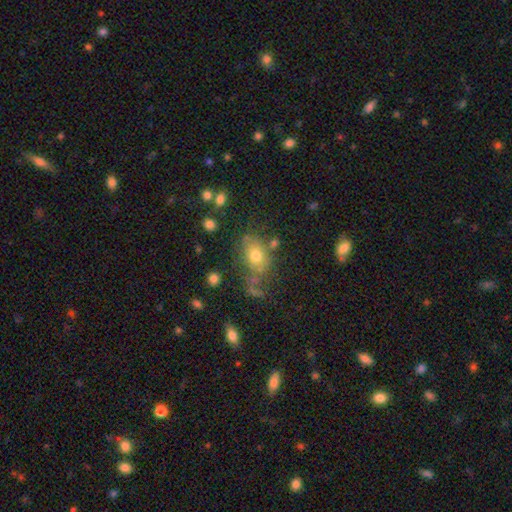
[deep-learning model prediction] Smooth or featured?
  - smooth: 69% *
  - featured or disk: 16%
  - star or artifact: 14%
How rounded?
  - in between: 65% *
  - round: 33%
  - cigar-shaped: 2%
Merging?
  - none: 55% *
  - minor disturbance: 19%
  - major disturbance: 14%
  - merger: 12%